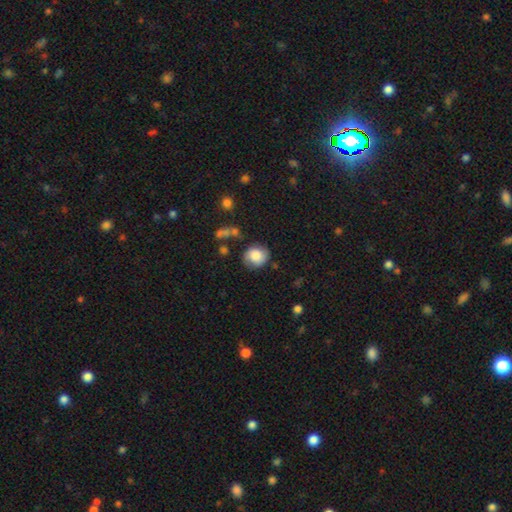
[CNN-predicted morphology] This is likely a smooth galaxy (71%). How rounded: likely round (77%). Merging: likely none (71%).